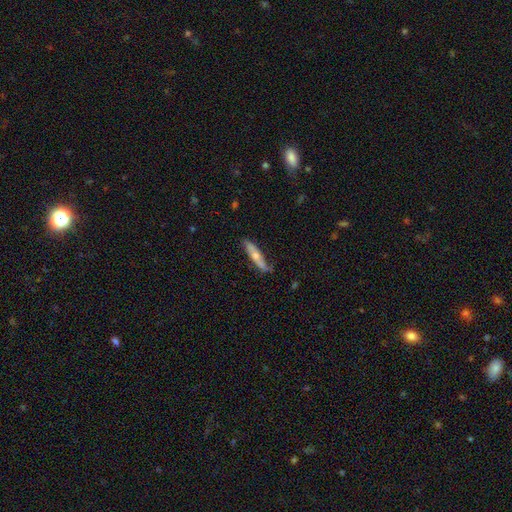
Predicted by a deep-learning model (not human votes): A smooth galaxy with no disk features (49%).

Vote fractions:
- Smooth or featured? smooth: 49% / featured or disk: 45% / star or artifact: 6%
- Merging? none: 67% / minor disturbance: 25% / major disturbance: 5% / merger: 2%